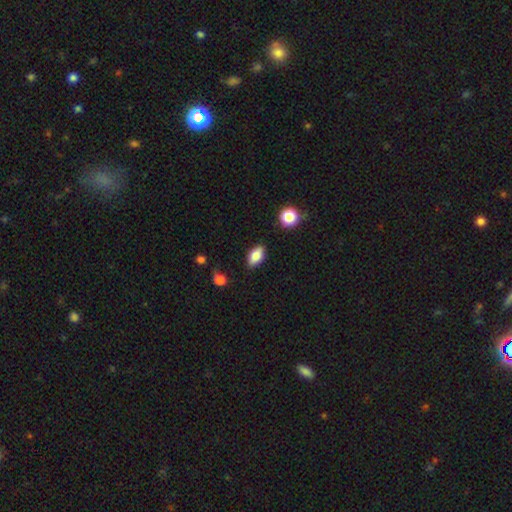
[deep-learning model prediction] This appears to be a smooth galaxy with no disk features (77%) that is in between round and cigar-shaped (87%). Merging: none (82%).